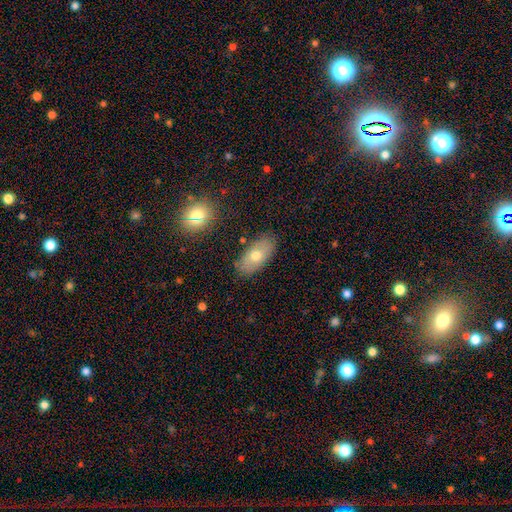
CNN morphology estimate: Smooth or featured? smooth (66%)
How rounded? in between (92%)
Merging? none (83%)